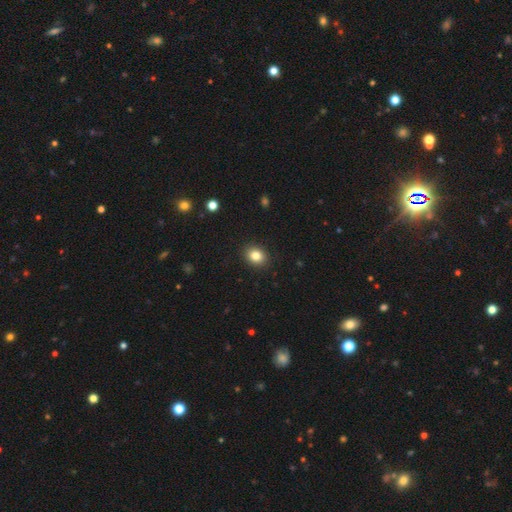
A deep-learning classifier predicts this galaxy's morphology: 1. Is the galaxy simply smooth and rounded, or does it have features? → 83% smooth, 10% star or artifact, 7% featured or disk.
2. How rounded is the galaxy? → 53% round, 46% in between, 1% cigar-shaped.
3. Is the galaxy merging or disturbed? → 90% none, 7% minor disturbance, 2% major disturbance, 1% merger.